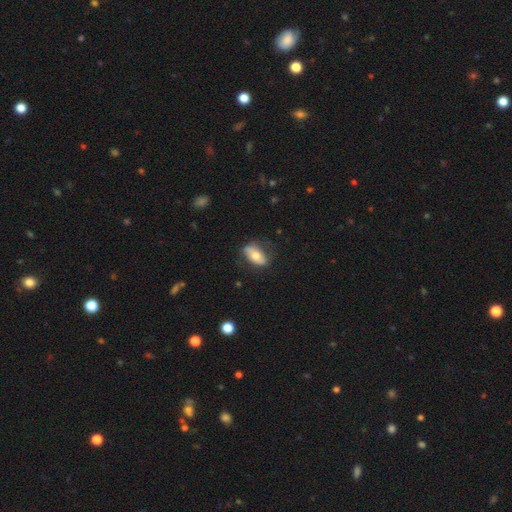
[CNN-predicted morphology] type=smooth (60%); roundness=in between (87%); merging=none (68%).